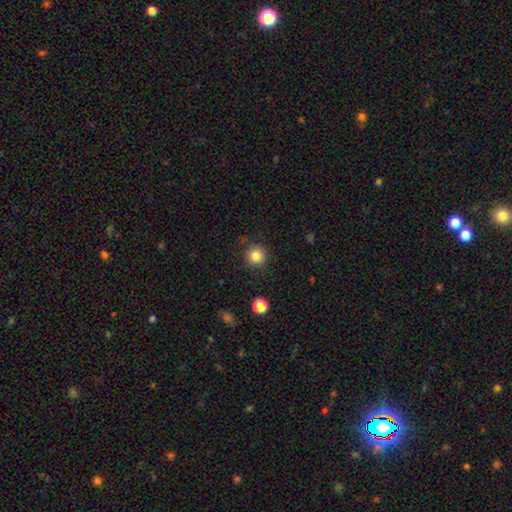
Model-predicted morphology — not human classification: smooth 83%, star or artifact 11%, featured or disk 5%. Down the decision tree: how rounded — round (95%); merging — none (89%).